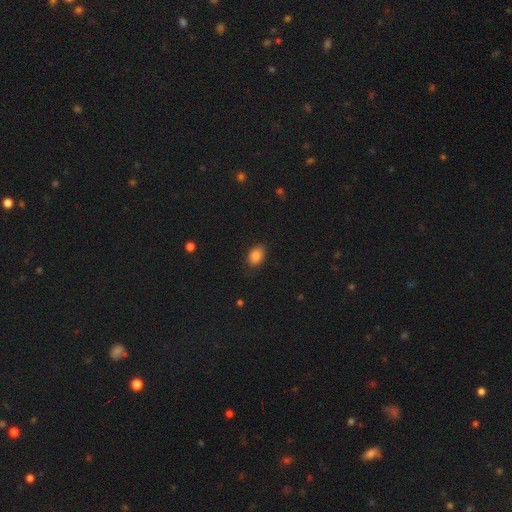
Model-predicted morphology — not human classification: smooth 85%, star or artifact 9%, featured or disk 6%. Down the decision tree: how rounded — in between (80%); merging — none (84%).